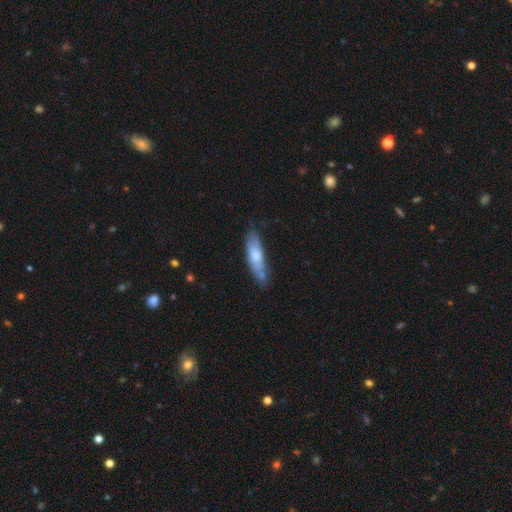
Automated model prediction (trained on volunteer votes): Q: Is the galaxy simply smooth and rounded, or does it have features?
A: smooth — 64%.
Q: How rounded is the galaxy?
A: cigar-shaped — 63%.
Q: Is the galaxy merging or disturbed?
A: none — 62%.